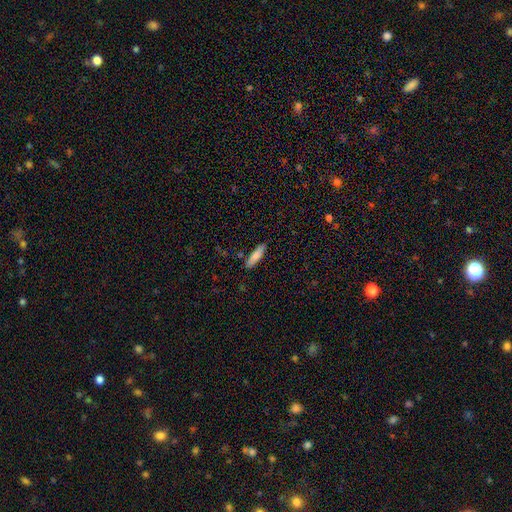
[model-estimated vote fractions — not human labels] smooth_or_featured: smooth (p=0.81) [alt: featured or disk p=0.13]
how_rounded: cigar-shaped (p=0.66) [alt: in between p=0.32]
merging: none (p=0.86) [alt: minor disturbance p=0.10]